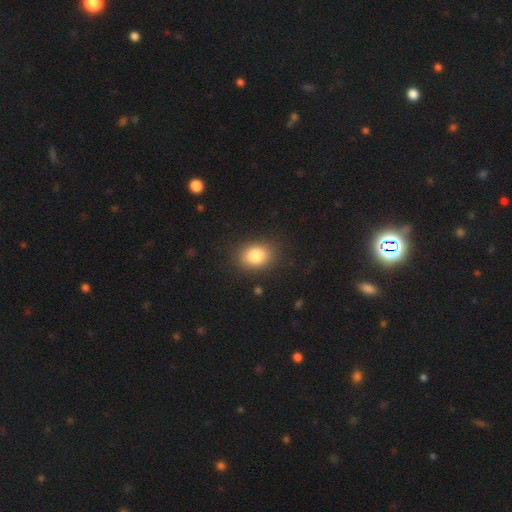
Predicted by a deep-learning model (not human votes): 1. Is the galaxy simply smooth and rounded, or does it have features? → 83% smooth, 9% star or artifact, 7% featured or disk.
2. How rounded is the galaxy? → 59% in between, 40% round, 1% cigar-shaped.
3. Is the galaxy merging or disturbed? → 86% none, 9% minor disturbance, 3% major disturbance, 1% merger.